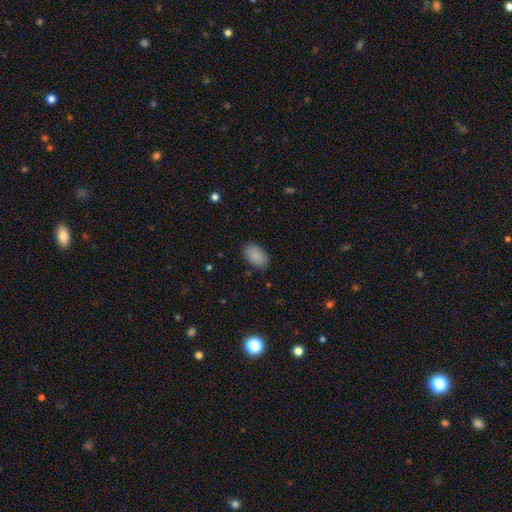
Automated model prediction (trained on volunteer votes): Q: Smooth or featured?
A: smooth (89%); runner-up: star or artifact (7%)
Q: How rounded?
A: in between (92%); runner-up: round (7%)
Q: Merging?
A: none (86%); runner-up: minor disturbance (11%)